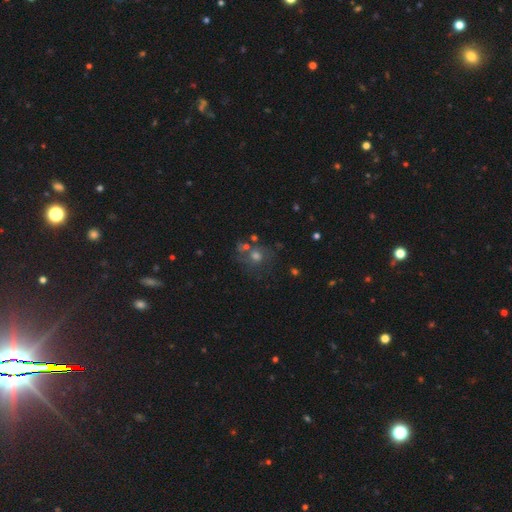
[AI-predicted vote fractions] Q: Smooth or featured?
A: smooth (44%); runner-up: featured or disk (29%)
Q: Merging?
A: none (56%); runner-up: merger (17%)